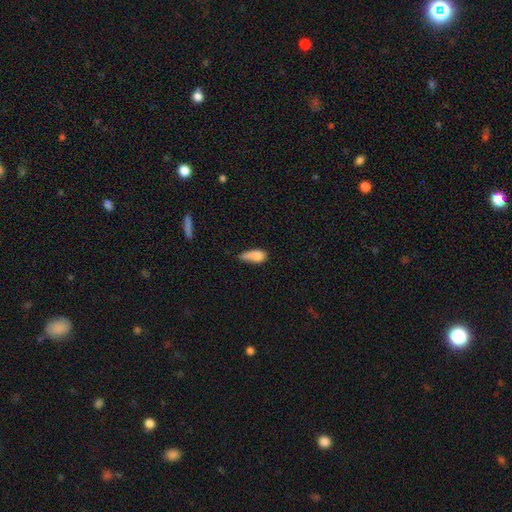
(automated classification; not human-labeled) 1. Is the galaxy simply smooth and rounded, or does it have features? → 78% smooth, 13% featured or disk, 9% star or artifact.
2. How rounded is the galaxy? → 78% in between, 15% cigar-shaped, 6% round.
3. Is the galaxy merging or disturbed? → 41% minor disturbance, 28% none, 23% major disturbance, 8% merger.